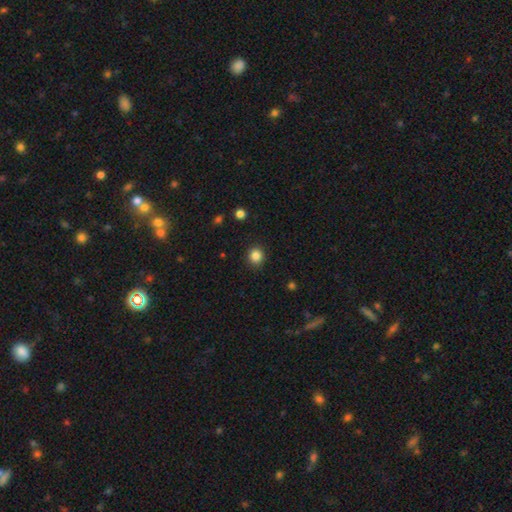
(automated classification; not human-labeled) Smooth or featured? Predicted: smooth (p=0.85). How rounded? Predicted: round (p=0.89). Merging? Predicted: none (p=0.91).